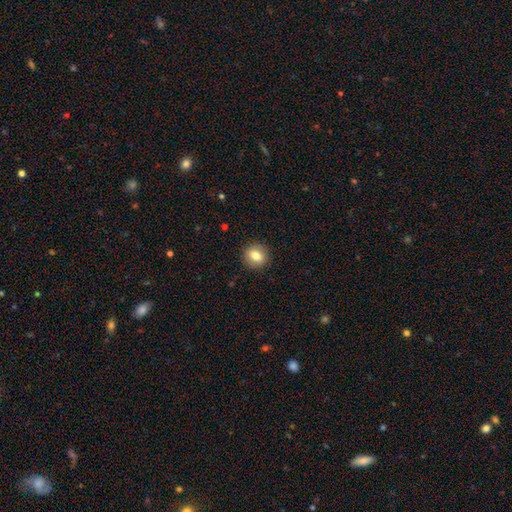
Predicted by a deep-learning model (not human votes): Smooth or featured: smooth — 79% (featured or disk — 12%)
How rounded: round — 77% (in between — 22%)
Merging: none — 90% (minor disturbance — 7%)